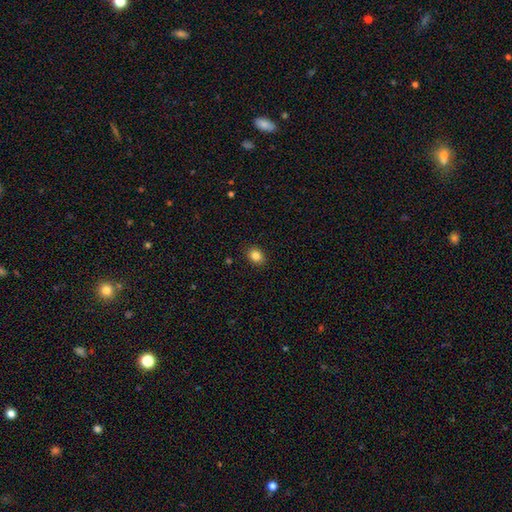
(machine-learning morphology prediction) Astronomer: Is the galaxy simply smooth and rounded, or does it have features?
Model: smooth — 84%.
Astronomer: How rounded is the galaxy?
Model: round — 53% (runner-up: in between, 46%).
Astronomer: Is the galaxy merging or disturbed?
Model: none — 90%.